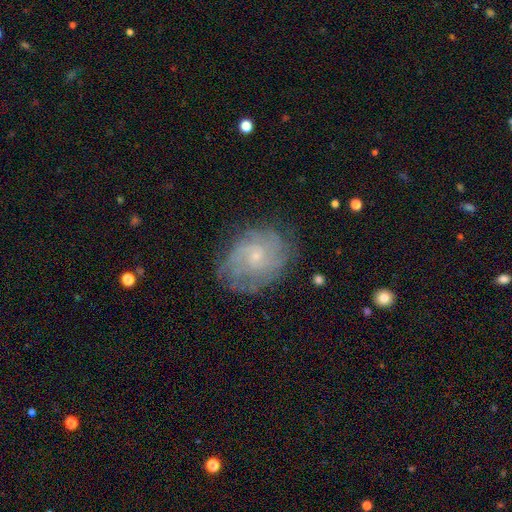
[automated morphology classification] Smooth or featured? Predicted: featured or disk (p=0.70). Edge-on disk? Predicted: no (p=0.97). Bar? Predicted: no (p=0.74). Spiral arms? Predicted: yes (p=0.86). Spiral winding? Predicted: tight (p=0.56). Spiral arm count? Predicted: can't tell (p=0.51). Bulge size? Predicted: small (p=0.77). Merging? Predicted: none (p=0.74).